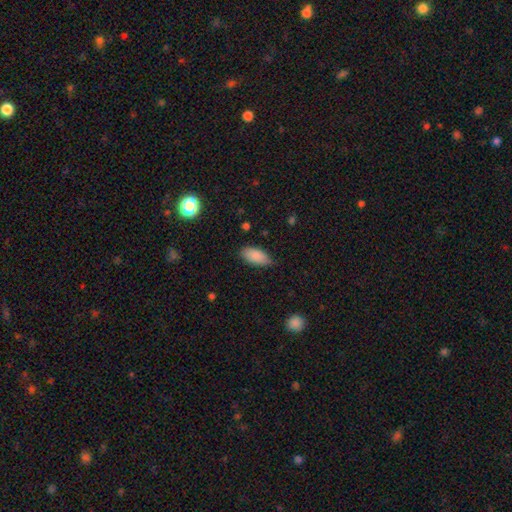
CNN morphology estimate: smooth-or-featured: smooth: 87% | star or artifact: 7% | featured or disk: 6%
  how-rounded: in between: 90% | cigar-shaped: 8% | round: 2%
  merging: none: 76% | minor disturbance: 19% | major disturbance: 3% | merger: 1%